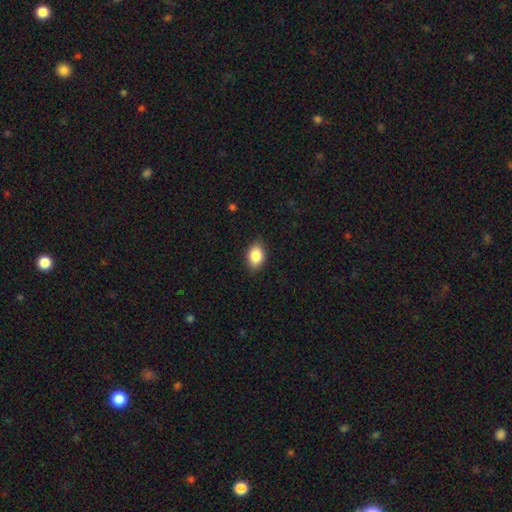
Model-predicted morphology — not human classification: A smooth galaxy with no disk features (87%) that is in between round and cigar-shaped (84%).

Vote fractions:
- Smooth or featured? smooth: 87% / star or artifact: 8% / featured or disk: 6%
- How rounded? in between: 84% / round: 15% / cigar-shaped: 1%
- Merging? none: 87% / minor disturbance: 9% / major disturbance: 2% / merger: 1%